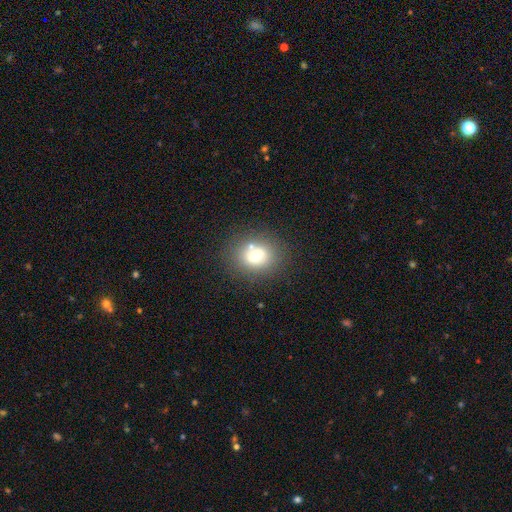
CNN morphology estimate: type=smooth (63%); roundness=round (68%); merging=none (69%).